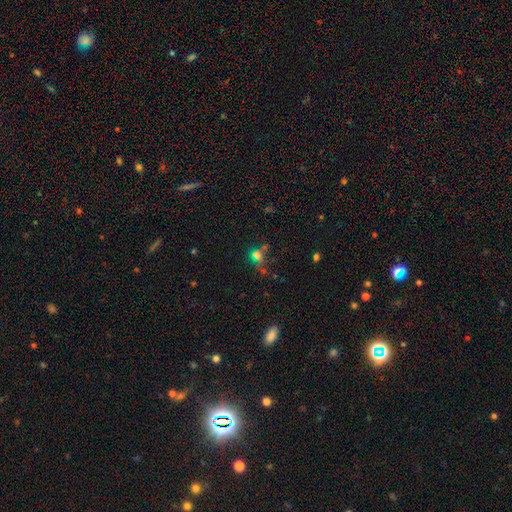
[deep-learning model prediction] smooth_or_featured: smooth (p=0.47) [alt: star or artifact p=0.39]
merging: none (p=0.51) [alt: merger p=0.23]